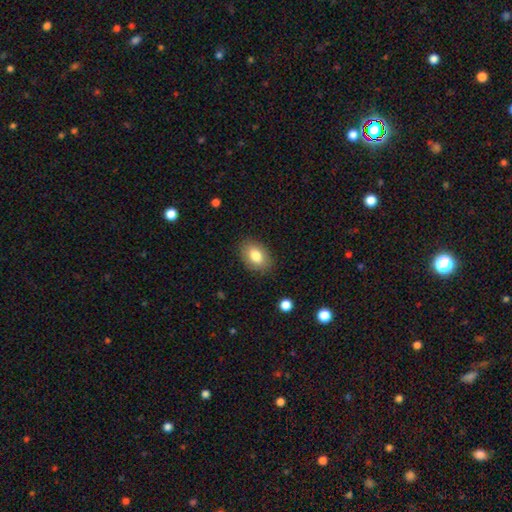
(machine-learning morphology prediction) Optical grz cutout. It shows a smooth galaxy with no disk features (81%) that is in between round and cigar-shaped (82%). Merging: none (85%).